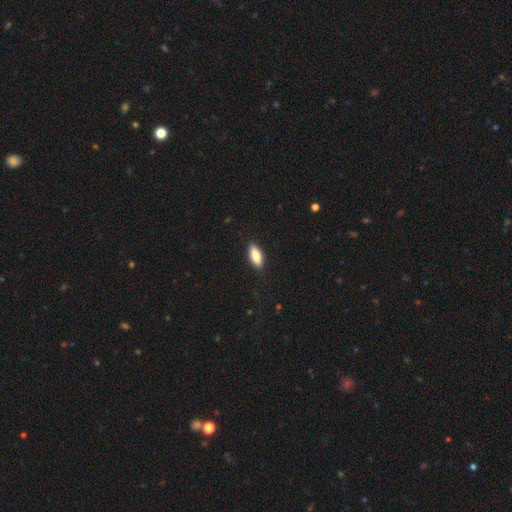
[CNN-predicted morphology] Overall: smooth (83%). How rounded: in between (82%). Merging: none (88%).